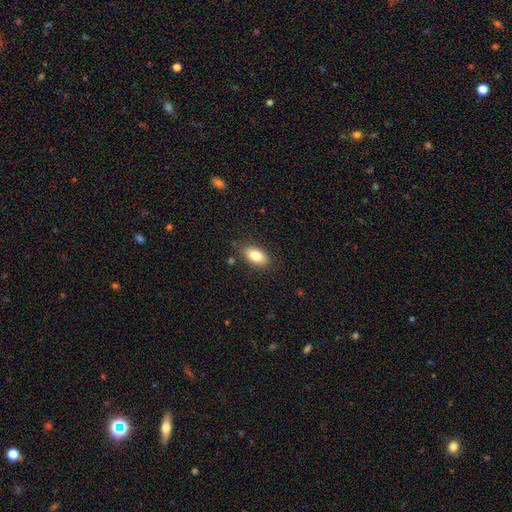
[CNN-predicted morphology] smooth-or-featured: smooth: 81% | featured or disk: 12% | star or artifact: 8%
  how-rounded: in between: 90% | round: 6% | cigar-shaped: 4%
  merging: none: 84% | minor disturbance: 12% | major disturbance: 3% | merger: 2%